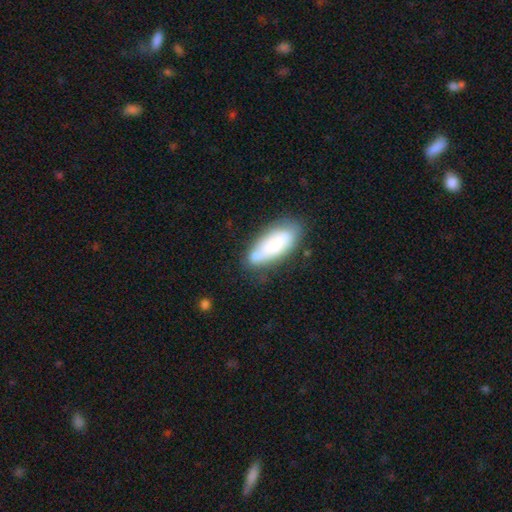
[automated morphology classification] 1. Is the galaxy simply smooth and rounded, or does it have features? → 71% smooth, 21% featured or disk, 7% star or artifact.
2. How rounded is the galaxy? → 69% in between, 28% cigar-shaped, 3% round.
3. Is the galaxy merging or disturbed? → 57% none, 22% minor disturbance, 12% merger, 8% major disturbance.